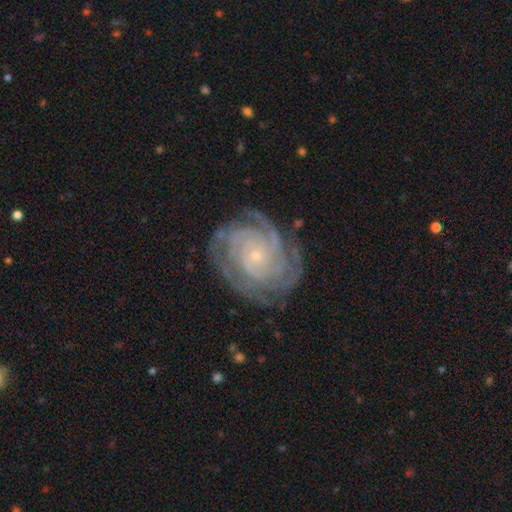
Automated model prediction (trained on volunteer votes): Overall: featured or disk (89%). Edge-on disk: no (97%). Bar: no (79%). Spiral arms: yes (98%). Spiral arm count: 4 (30%; 3 23%). Spiral winding: tight (81%). Bulge size: small (86%). Merging: none (78%).